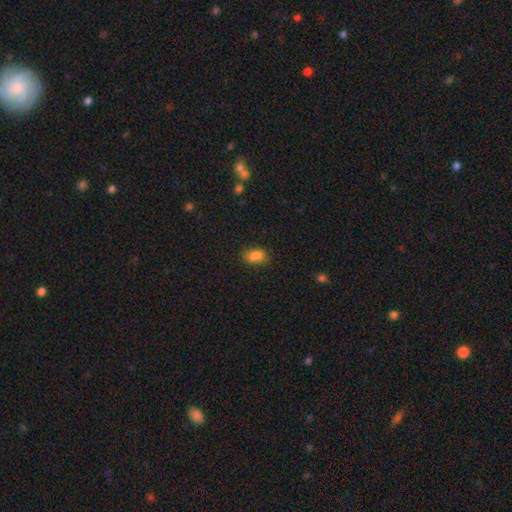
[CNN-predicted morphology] Smooth or featured: smooth — 83% (star or artifact — 11%)
How rounded: in between — 85% (round — 11%)
Merging: none — 67% (minor disturbance — 22%)